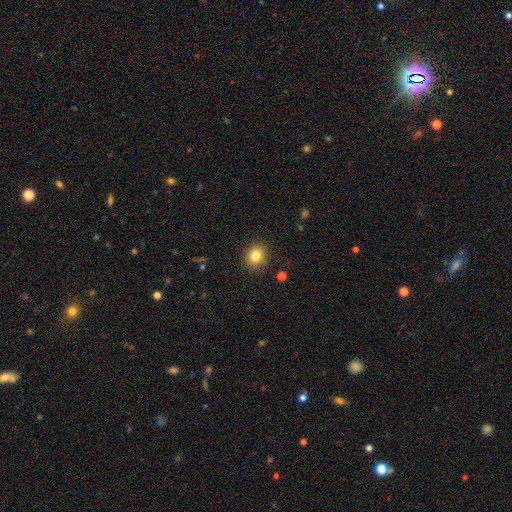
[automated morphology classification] Overall: smooth (84%). How rounded: round (65%; in between 34%). Merging: none (89%).